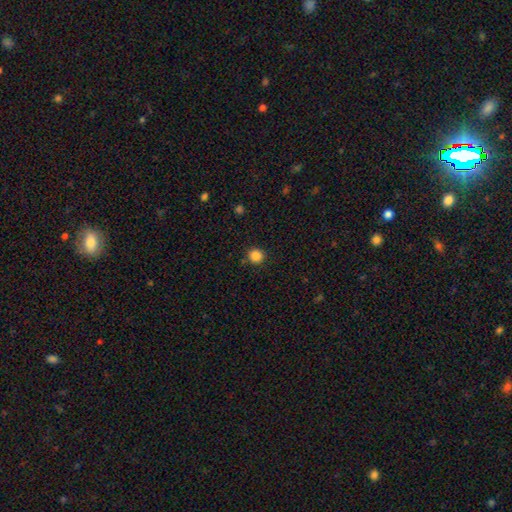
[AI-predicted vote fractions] smooth-or-featured: smooth: 85% | star or artifact: 11% | featured or disk: 3%
  how-rounded: round: 92% | in between: 7% | cigar-shaped: 1%
  merging: none: 89% | minor disturbance: 6% | merger: 2% | major disturbance: 2%